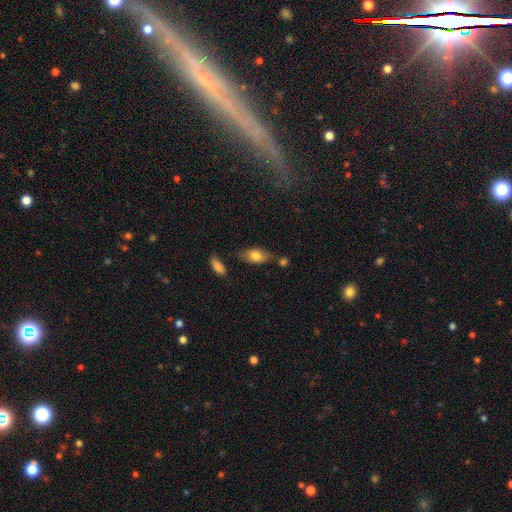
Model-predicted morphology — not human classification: Smooth or featured? Predicted: smooth (p=0.74). How rounded? Predicted: in between (p=0.87). Merging? Predicted: none (p=0.64).